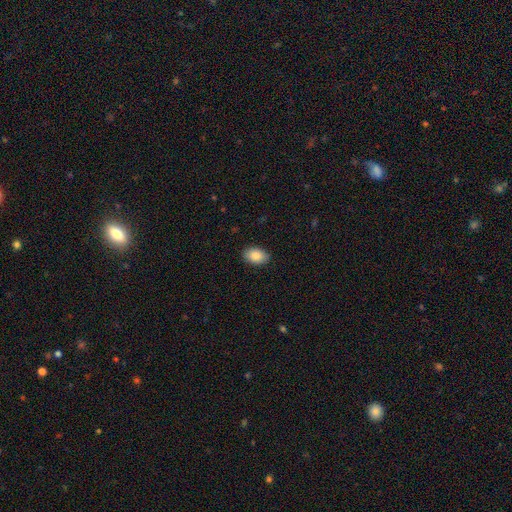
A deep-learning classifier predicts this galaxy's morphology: A smooth galaxy with no disk features (87%) that is in between round and cigar-shaped (85%).

Vote fractions:
- Smooth or featured? smooth: 87% / star or artifact: 7% / featured or disk: 6%
- How rounded? in between: 85% / round: 13% / cigar-shaped: 1%
- Merging? none: 88% / minor disturbance: 9% / major disturbance: 2% / merger: 1%